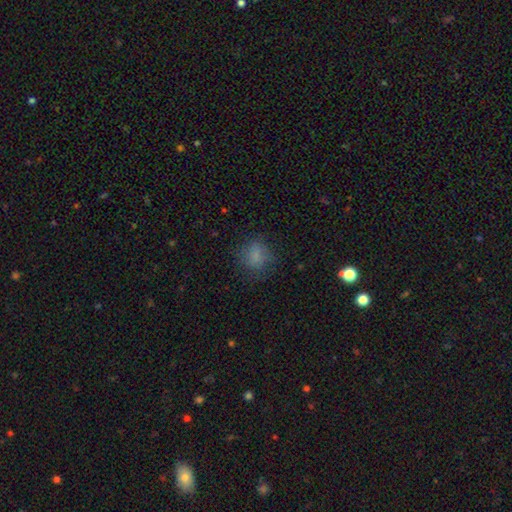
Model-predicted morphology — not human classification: Smooth or featured? Predicted: smooth (p=0.79). How rounded? Predicted: round (p=0.75). Merging? Predicted: none (p=0.73).